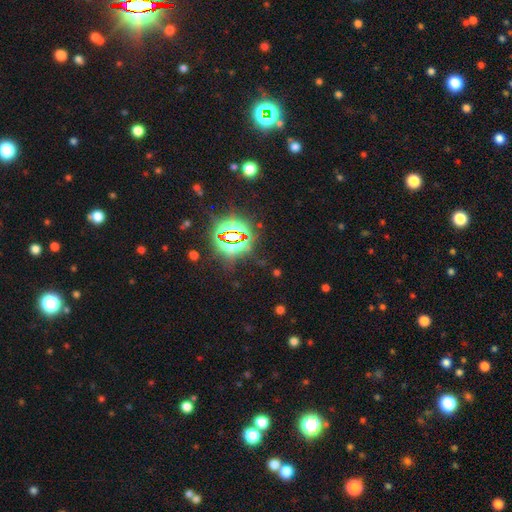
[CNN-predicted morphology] Smooth or featured: star or artifact — 80% (smooth — 12%)